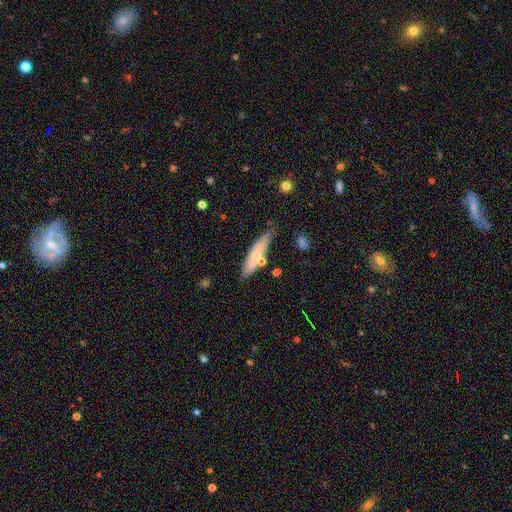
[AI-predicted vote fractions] smooth-or-featured: smooth: 61% | featured or disk: 31% | star or artifact: 7%
  how-rounded: cigar-shaped: 78% | in between: 20% | round: 2%
  merging: none: 74% | minor disturbance: 15% | merger: 8% | major disturbance: 3%